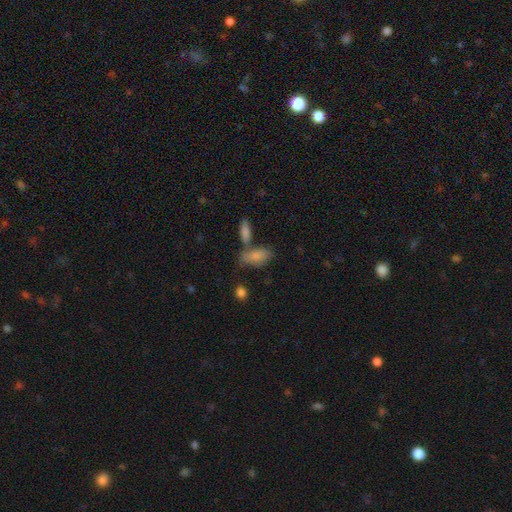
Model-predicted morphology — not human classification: Q: Smooth or featured?
A: smooth (80%); runner-up: featured or disk (13%)
Q: How rounded?
A: in between (83%); runner-up: cigar-shaped (13%)
Q: Merging?
A: none (49%); runner-up: merger (30%)